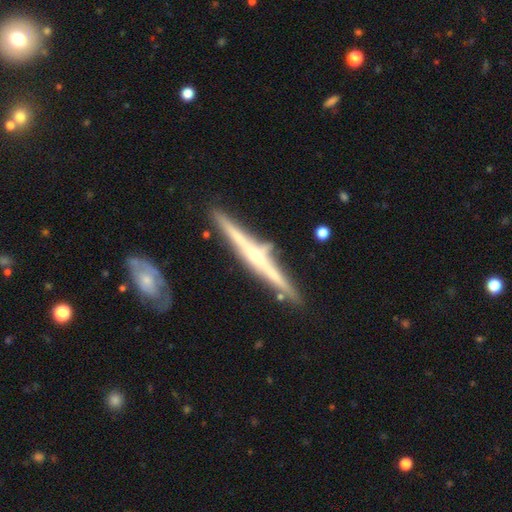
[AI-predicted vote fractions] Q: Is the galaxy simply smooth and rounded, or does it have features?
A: featured or disk — 83%.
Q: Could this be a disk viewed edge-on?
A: yes — 97%.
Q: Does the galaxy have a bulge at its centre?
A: rounded — 78%.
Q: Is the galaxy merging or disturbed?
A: none — 83%.